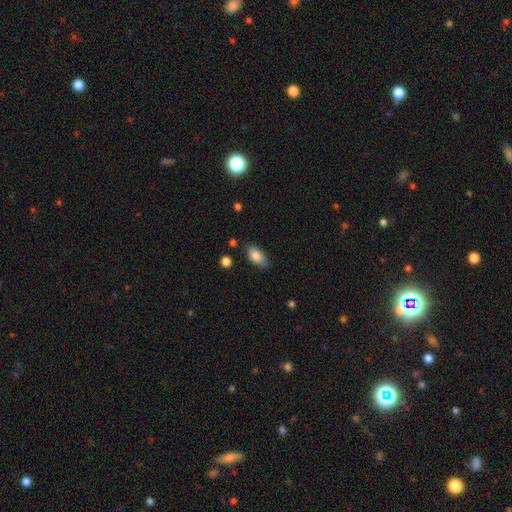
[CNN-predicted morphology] Smooth or featured: smooth — 86% (star or artifact — 7%)
How rounded: in between — 91% (cigar-shaped — 5%)
Merging: none — 79% (minor disturbance — 16%)